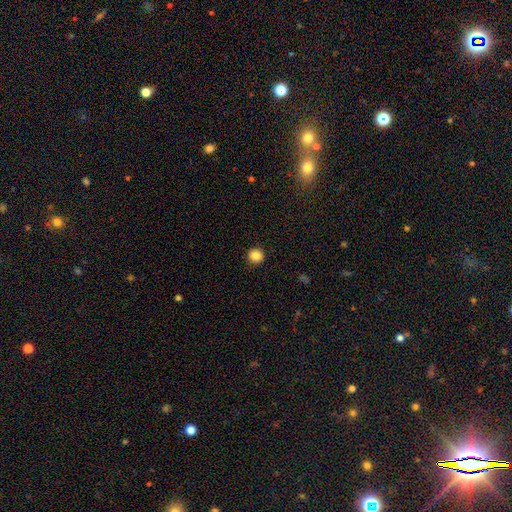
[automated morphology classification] A smooth galaxy with no disk features (86%) that is round (92%).

Vote fractions:
- Smooth or featured? smooth: 86% / star or artifact: 10% / featured or disk: 4%
- How rounded? round: 92% / in between: 7% / cigar-shaped: 1%
- Merging? none: 92% / minor disturbance: 5% / major disturbance: 2% / merger: 1%